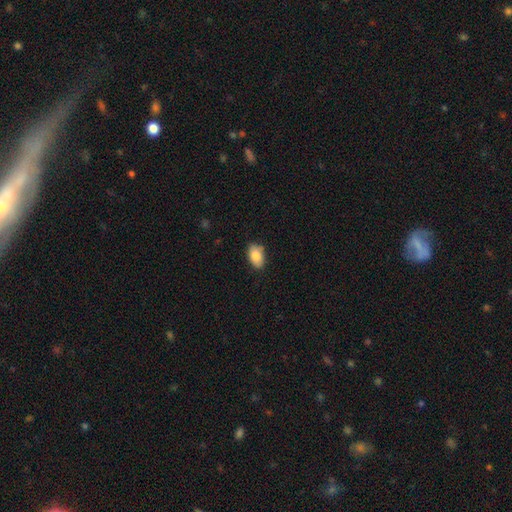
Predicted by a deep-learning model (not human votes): This appears to be a smooth galaxy with no disk features (84%) that is in between round and cigar-shaped (91%). Merging: none (79%).